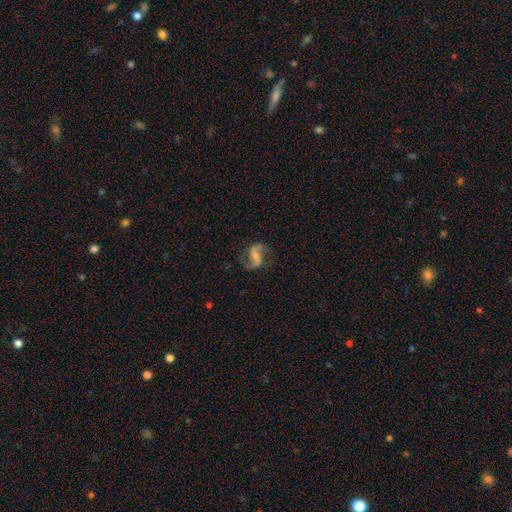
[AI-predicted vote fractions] A featured or disk galaxy (86%) with a weak bar (41%), 2 (93%) loose (55%) spiral arms (96%) and a small central bulge (51%).

Vote fractions:
- Smooth or featured? featured or disk: 86% / smooth: 8% / star or artifact: 6%
- Edge-on disk? no: 98% / yes: 2%
- Bar? weak: 41% / strong: 35% / no: 25%
- Spiral arms? yes: 96% / no: 4%
- Spiral winding? loose: 55% / medium: 37% / tight: 8%
- Spiral arm count? 2: 93% / 1: 2% / can't tell: 2% / 3: 1% / 4: 1% / more than 4: 1%
- Bulge size? small: 51% / moderate: 38% / none: 7% / large: 3% / dominant: 1%
- Merging? none: 78% / minor disturbance: 13% / major disturbance: 8% / merger: 1%